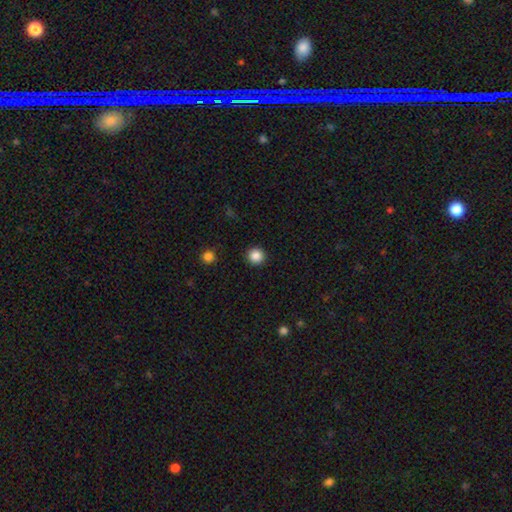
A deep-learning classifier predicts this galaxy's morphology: A smooth galaxy with no disk features (86%) that is round (95%). Merging: none (93%).